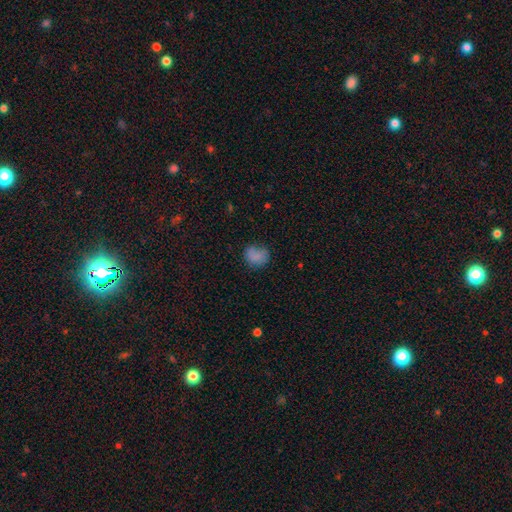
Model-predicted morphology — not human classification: Smooth or featured? smooth (80%)
How rounded? round (62%)
Merging? none (63%)